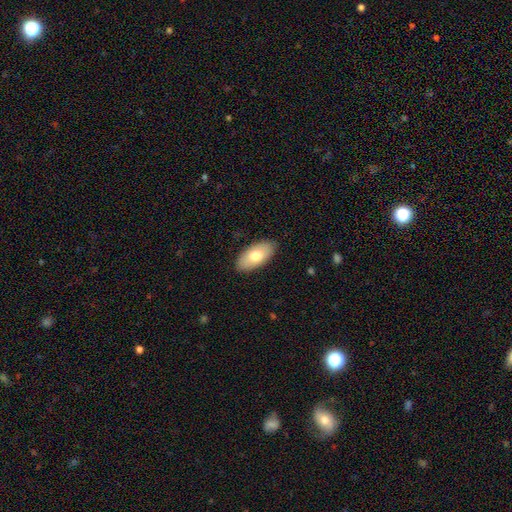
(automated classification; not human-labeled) Smooth or featured? smooth (73%)
How rounded? in between (93%)
Merging? none (87%)